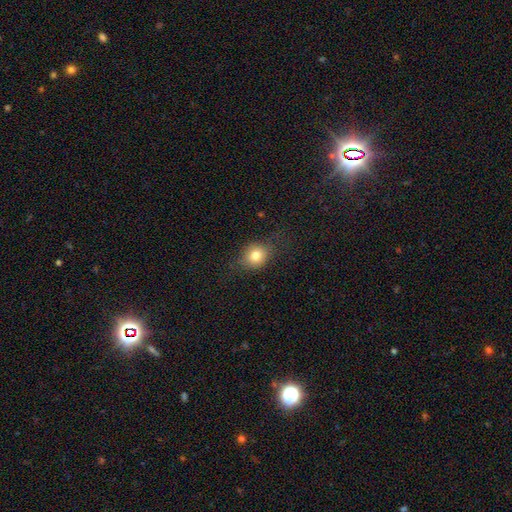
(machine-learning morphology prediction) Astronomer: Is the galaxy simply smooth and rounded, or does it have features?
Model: smooth — 77%.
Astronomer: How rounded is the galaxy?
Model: round — 65%.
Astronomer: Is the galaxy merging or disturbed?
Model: none — 74%.